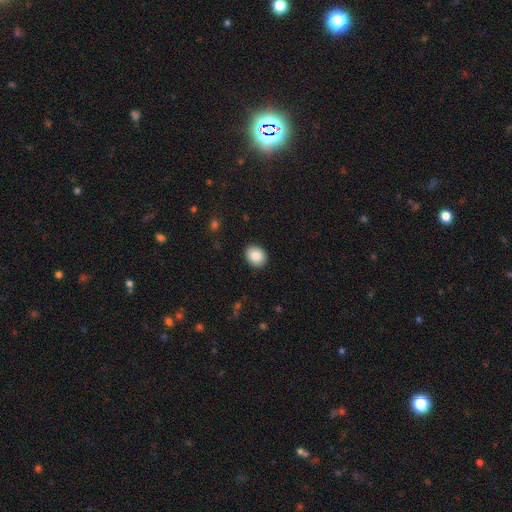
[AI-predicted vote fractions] The model was most divided on "how rounded": in between: 56%, round: 43%, cigar-shaped: 1%. More confident: merging — none (90%); smooth or featured — smooth (88%).